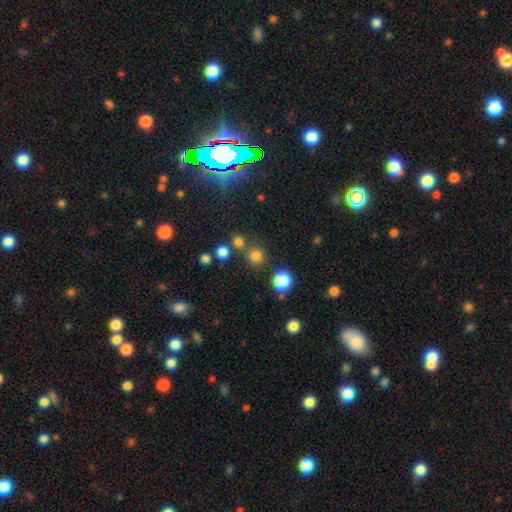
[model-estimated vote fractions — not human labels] Q: Smooth or featured?
A: smooth (75%); runner-up: star or artifact (19%)
Q: How rounded?
A: round (90%); runner-up: in between (9%)
Q: Merging?
A: none (73%); runner-up: merger (15%)